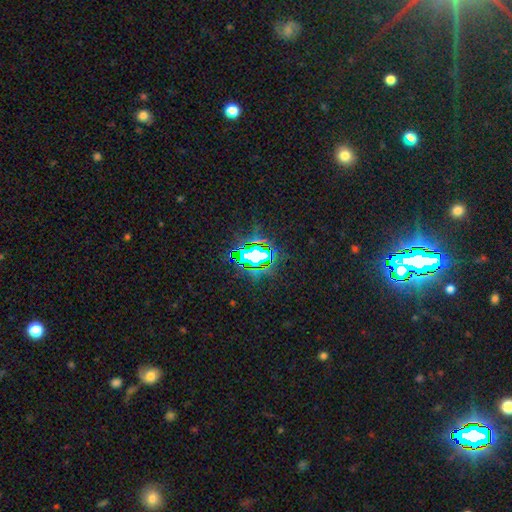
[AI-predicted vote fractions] Smooth or featured?
  - star or artifact: 74% *
  - smooth: 14%
  - featured or disk: 12%